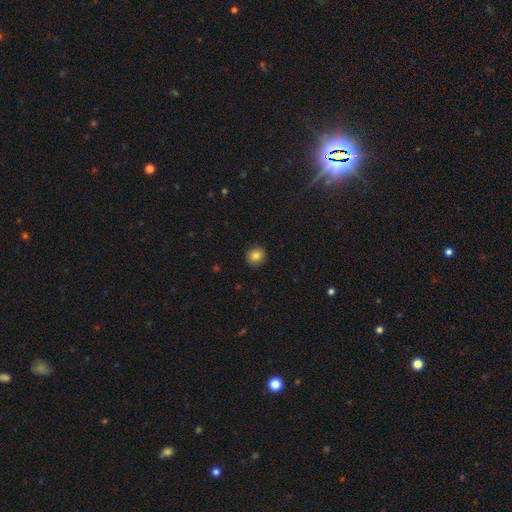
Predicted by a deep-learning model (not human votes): smooth-or-featured: smooth: 85% | star or artifact: 10% | featured or disk: 5%
  how-rounded: round: 88% | in between: 11% | cigar-shaped: 1%
  merging: none: 91% | minor disturbance: 6% | major disturbance: 2% | merger: 1%